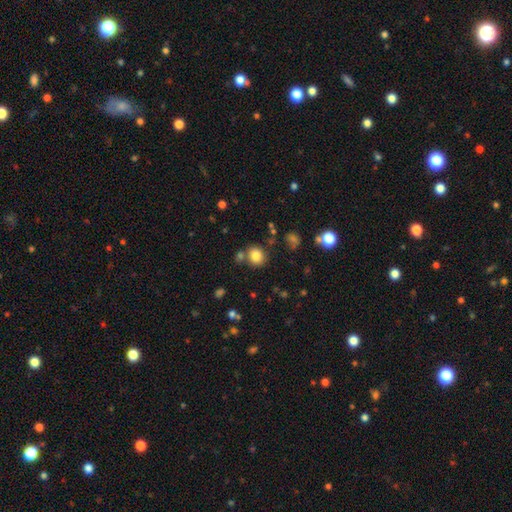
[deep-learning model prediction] Smooth or featured?
  - smooth: 82% *
  - star or artifact: 12%
  - featured or disk: 6%
How rounded?
  - round: 78% *
  - in between: 21%
  - cigar-shaped: 1%
Merging?
  - none: 73% *
  - merger: 13%
  - minor disturbance: 11%
  - major disturbance: 4%